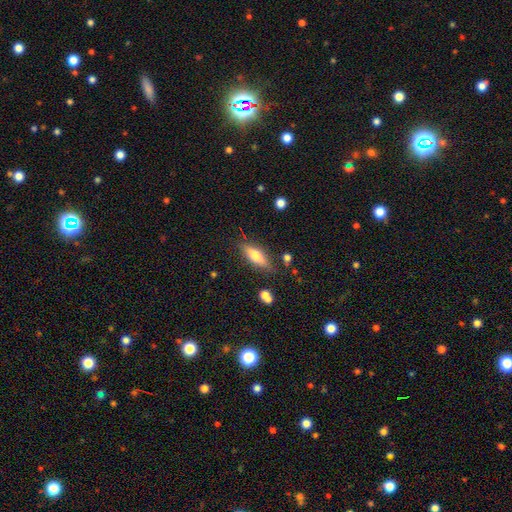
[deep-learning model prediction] smooth 63%, featured or disk 29%, star or artifact 7%. Down the decision tree: how rounded — in between (51%); merging — none (80%).